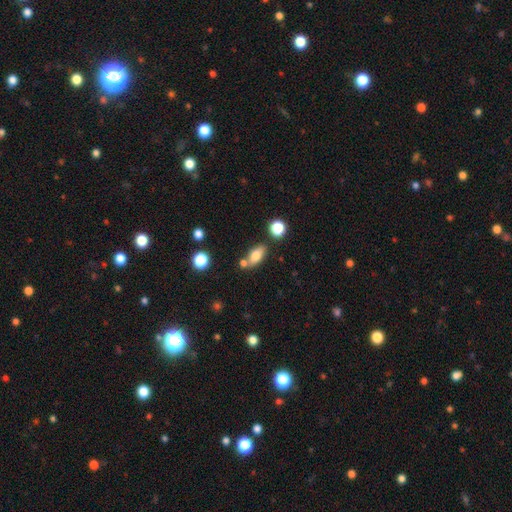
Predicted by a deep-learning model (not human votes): Smooth or featured? Predicted: smooth (p=0.76). How rounded? Predicted: in between (p=0.82). Merging? Predicted: none (p=0.64).